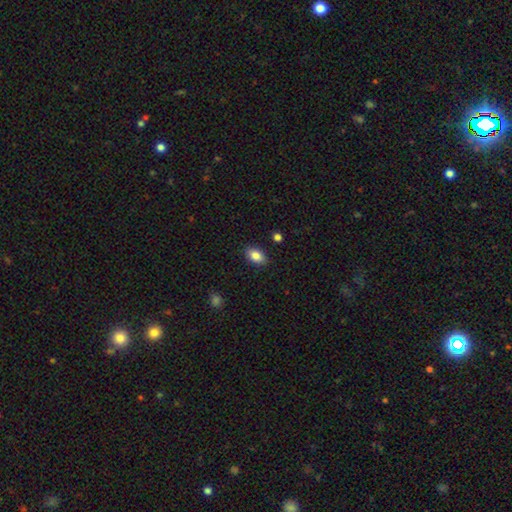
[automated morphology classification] This is clearly a smooth galaxy (84%). How rounded: clearly in between (89%). Merging: clearly none (88%).